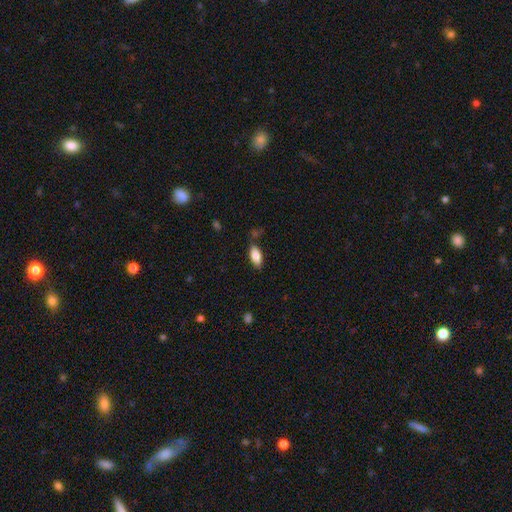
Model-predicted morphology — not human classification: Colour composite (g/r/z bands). It shows a smooth galaxy with no disk features (85%) that is in between round and cigar-shaped (86%). Merging: none (80%).